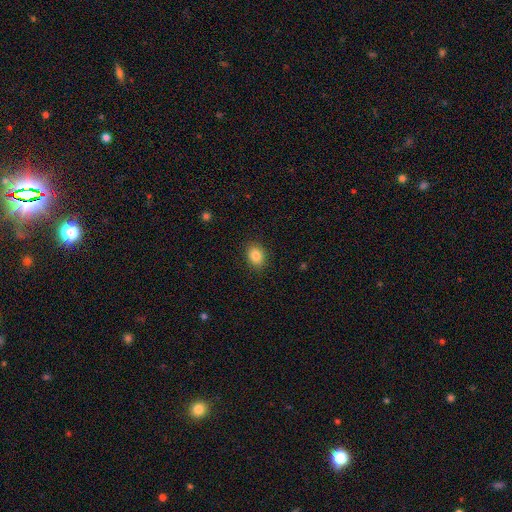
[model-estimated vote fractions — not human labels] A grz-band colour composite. It shows a smooth galaxy with no disk features (85%) that is in between round and cigar-shaped (58%). Merging: none (88%).